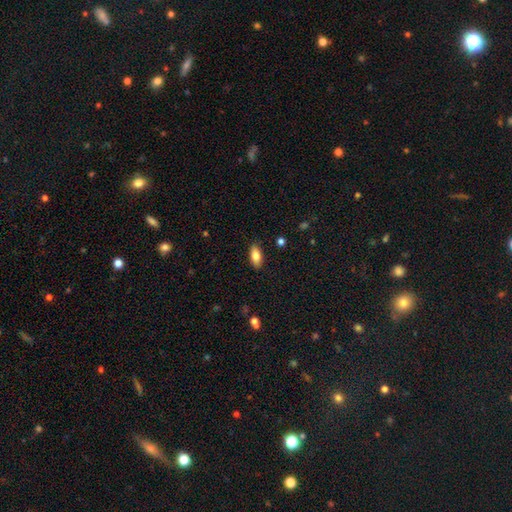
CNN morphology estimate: A smooth galaxy with no disk features (82%) that is in between round and cigar-shaped (86%).

Vote fractions:
- Smooth or featured? smooth: 82% / featured or disk: 11% / star or artifact: 7%
- How rounded? in between: 86% / cigar-shaped: 11% / round: 2%
- Merging? none: 88% / minor disturbance: 9% / major disturbance: 2% / merger: 1%